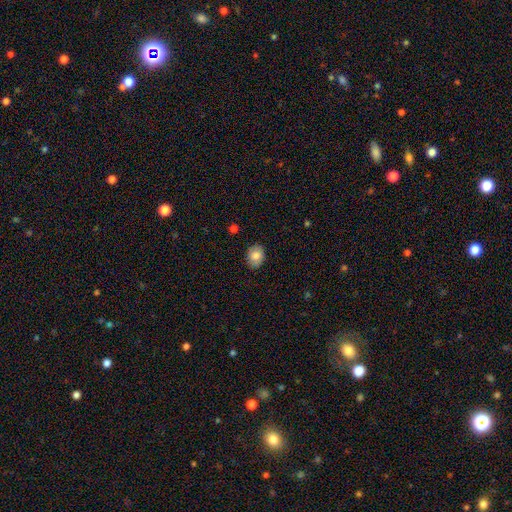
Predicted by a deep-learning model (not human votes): Smooth or featured?
  - smooth: 82% *
  - featured or disk: 11%
  - star or artifact: 8%
How rounded?
  - in between: 62% *
  - round: 37%
  - cigar-shaped: 1%
Merging?
  - none: 86% *
  - minor disturbance: 11%
  - major disturbance: 2%
  - merger: 1%